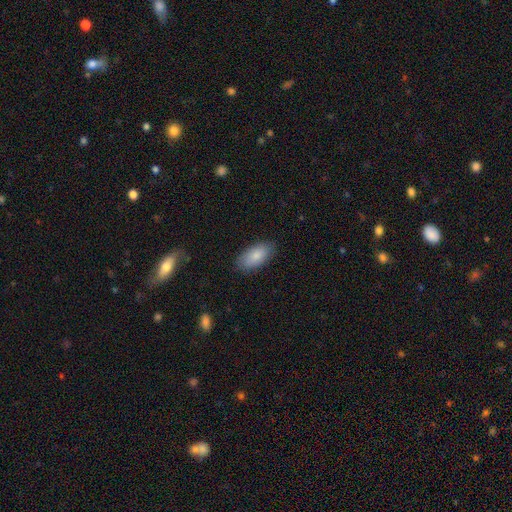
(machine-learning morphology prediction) Smooth or featured? Predicted: smooth (p=0.85). How rounded? Predicted: in between (p=0.93). Merging? Predicted: none (p=0.84).